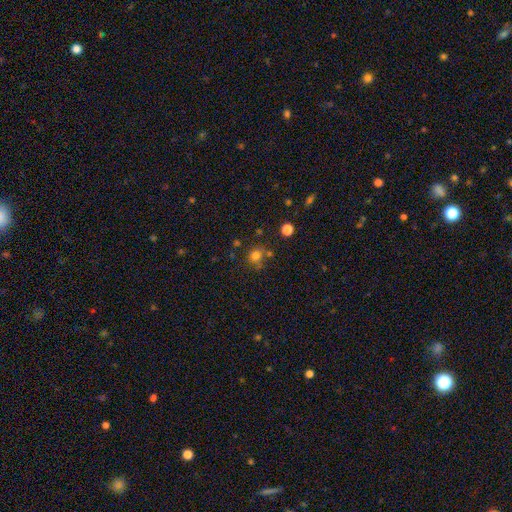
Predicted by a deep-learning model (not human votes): Overall: smooth (76%). How rounded: round (80%). Merging: none (65%).